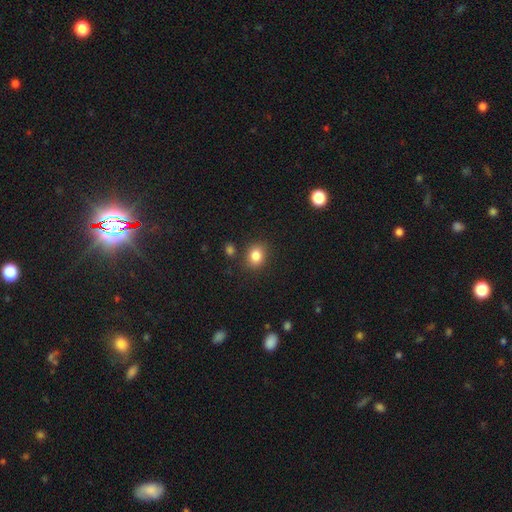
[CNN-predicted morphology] This is clearly a smooth galaxy (83%). How rounded: possibly round (57%). Merging: clearly none (81%).